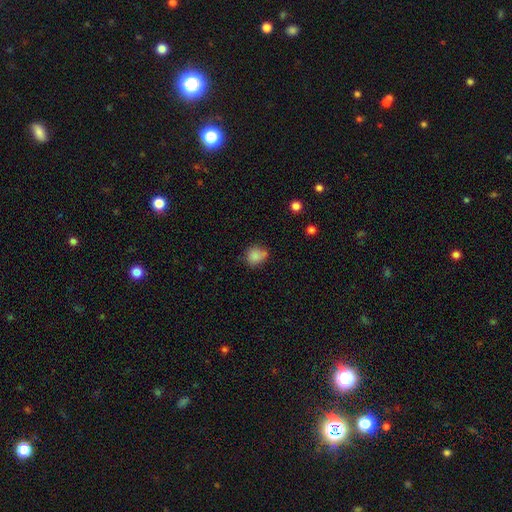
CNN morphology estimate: Smooth or featured? Predicted: smooth (p=0.83). How rounded? Predicted: round (p=0.72). Merging? Predicted: none (p=0.58).